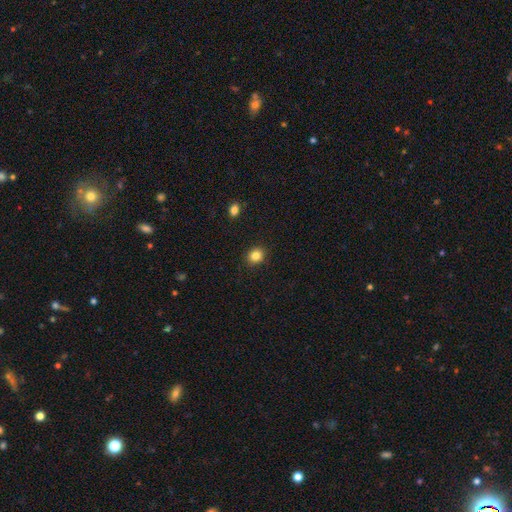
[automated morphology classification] Smooth or featured?
  - smooth: 84% *
  - star or artifact: 11%
  - featured or disk: 5%
How rounded?
  - round: 66% *
  - in between: 33%
  - cigar-shaped: 1%
Merging?
  - none: 90% *
  - minor disturbance: 7%
  - major disturbance: 2%
  - merger: 1%